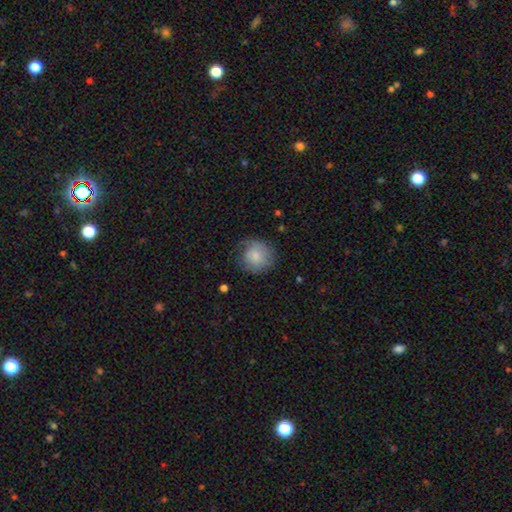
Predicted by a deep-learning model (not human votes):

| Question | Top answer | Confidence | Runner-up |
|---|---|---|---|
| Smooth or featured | smooth | 79% | featured or disk (13%) |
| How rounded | round | 89% | in between (10%) |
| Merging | none | 68% | minor disturbance (22%) |